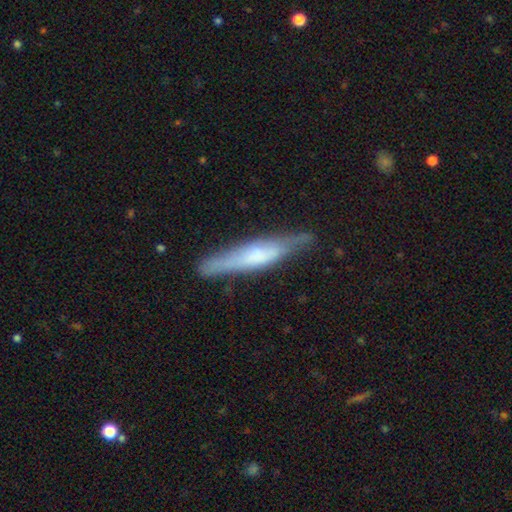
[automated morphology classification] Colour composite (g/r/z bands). It shows a featured or disk galaxy (54%) viewed edge-on (87%). Merging: none (76%).